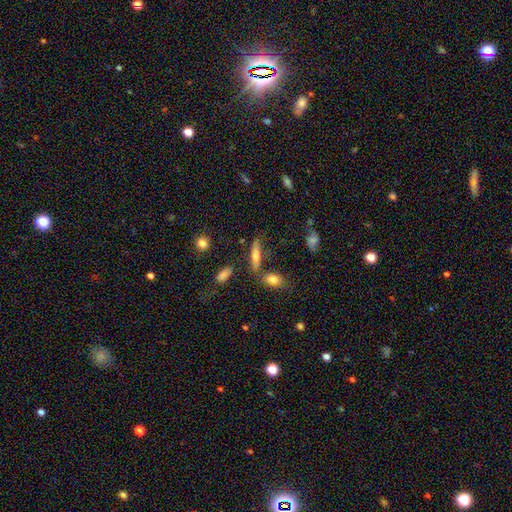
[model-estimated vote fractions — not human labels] Smooth or featured: smooth — 60% (featured or disk — 30%)
How rounded: cigar-shaped — 65% (in between — 31%)
Merging: none — 70% (minor disturbance — 15%)